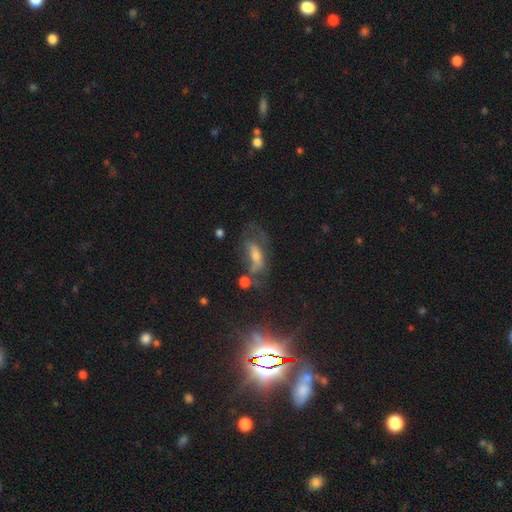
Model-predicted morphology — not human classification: Smooth or featured? featured or disk (42%)
Merging? none (36%)